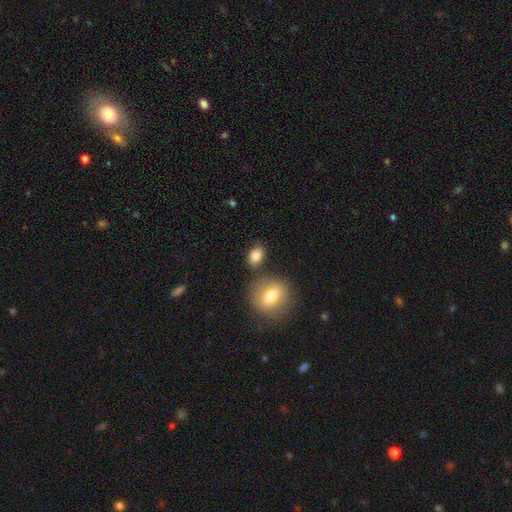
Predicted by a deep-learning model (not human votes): smooth_or_featured: smooth (p=0.83) [alt: star or artifact p=0.09]
how_rounded: in between (p=0.75) [alt: round p=0.23]
merging: none (p=0.73) [alt: minor disturbance p=0.13]